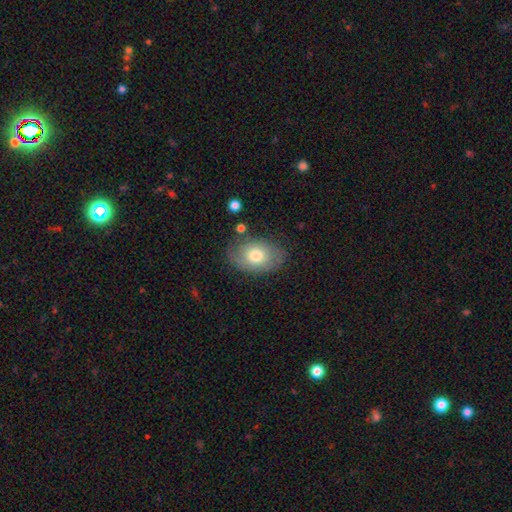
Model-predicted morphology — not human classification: Q: Smooth or featured?
A: smooth (68%); runner-up: featured or disk (25%)
Q: How rounded?
A: in between (85%); runner-up: round (14%)
Q: Merging?
A: none (74%); runner-up: minor disturbance (18%)